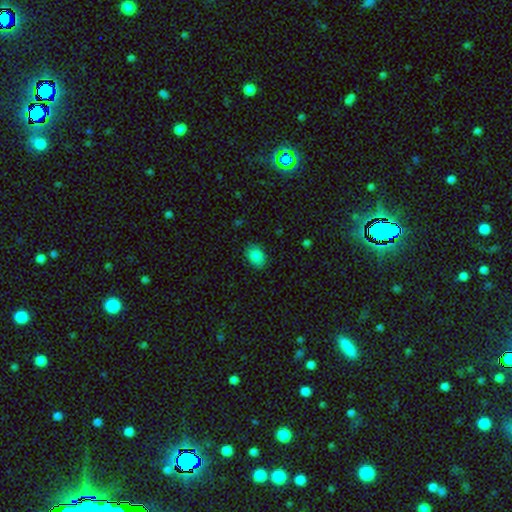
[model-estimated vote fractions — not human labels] Morphology: type=smooth (87%); roundness=in between (79%); merging=none (83%).